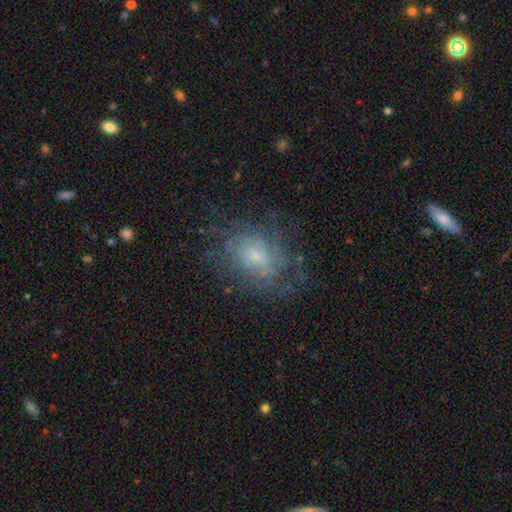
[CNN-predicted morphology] The model was most divided on "bulge size": small: 60%, moderate: 27%, none: 7%, large: 4%, dominant: 1%. More confident: edge-on disk — no (97%); spiral arms — yes (75%); bar — no (71%); merging — none (66%); smooth or featured — featured or disk (64%).